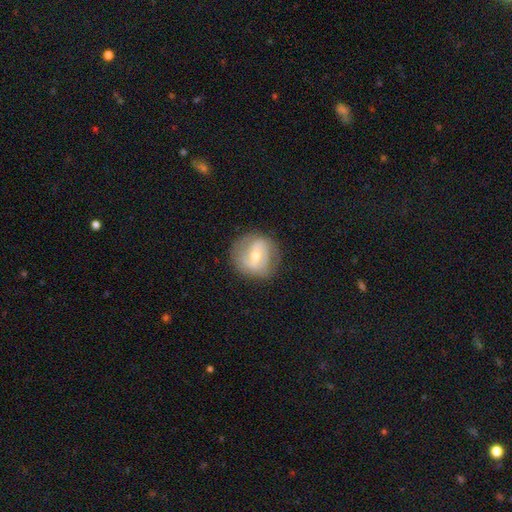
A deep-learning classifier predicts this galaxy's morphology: Smooth or featured? Predicted: featured or disk (p=0.66). Edge-on disk? Predicted: no (p=0.96). Bar? Predicted: weak (p=0.46). Spiral arms? Predicted: yes (p=0.73). Bulge size? Predicted: moderate (p=0.59). Merging? Predicted: none (p=0.80).